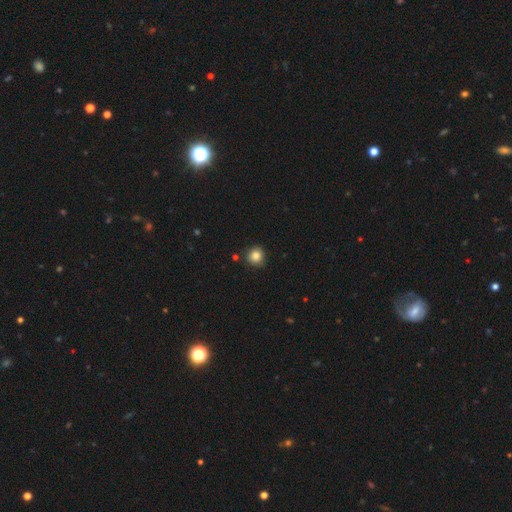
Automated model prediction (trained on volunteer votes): This appears to be a smooth galaxy with no disk features (84%) that is round (91%). Merging: none (83%).